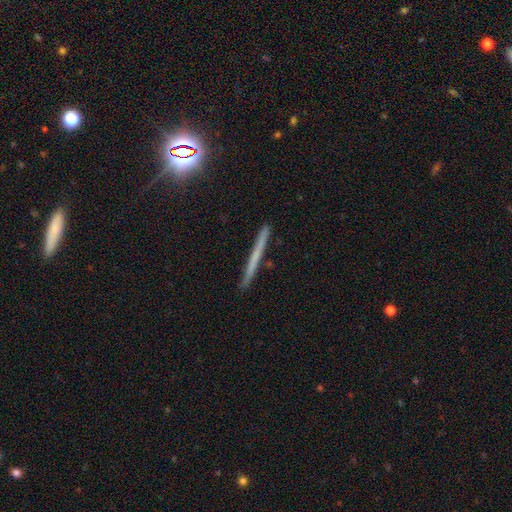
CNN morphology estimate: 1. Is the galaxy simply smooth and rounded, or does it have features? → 44% featured or disk (tied), 44% smooth (tied), 12% star or artifact.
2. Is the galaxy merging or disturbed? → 91% none, 7% minor disturbance, 1% major disturbance, 1% merger.